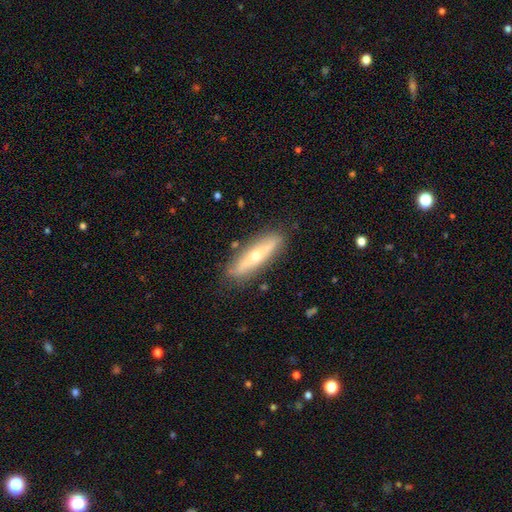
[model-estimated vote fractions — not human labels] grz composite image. It shows a featured or disk galaxy (57%) viewed edge-on (78%). Merging: none (84%).